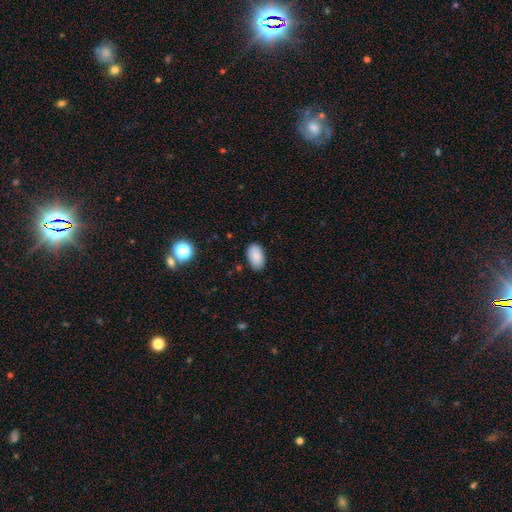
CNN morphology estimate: Smooth or featured? Predicted: smooth (p=0.88). How rounded? Predicted: in between (p=0.94). Merging? Predicted: none (p=0.86).